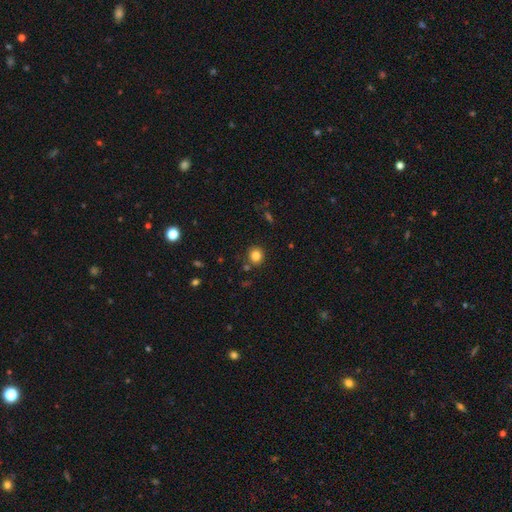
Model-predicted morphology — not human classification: type=smooth (83%); roundness=round (87%); merging=none (86%).